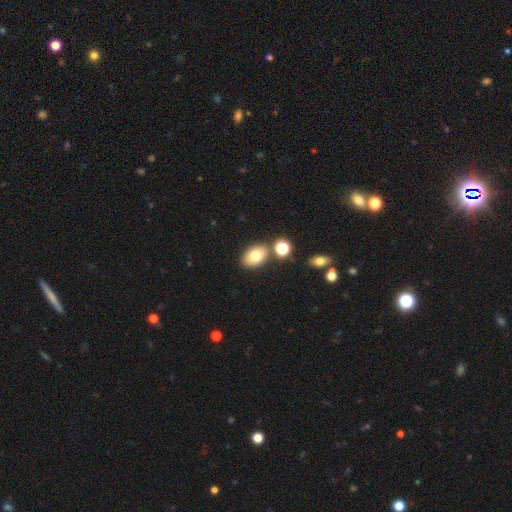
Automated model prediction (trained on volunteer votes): Smooth or featured?
  - smooth: 76% *
  - featured or disk: 14%
  - star or artifact: 10%
How rounded?
  - in between: 82% *
  - round: 17%
  - cigar-shaped: 1%
Merging?
  - none: 76% *
  - merger: 10%
  - minor disturbance: 10%
  - major disturbance: 3%